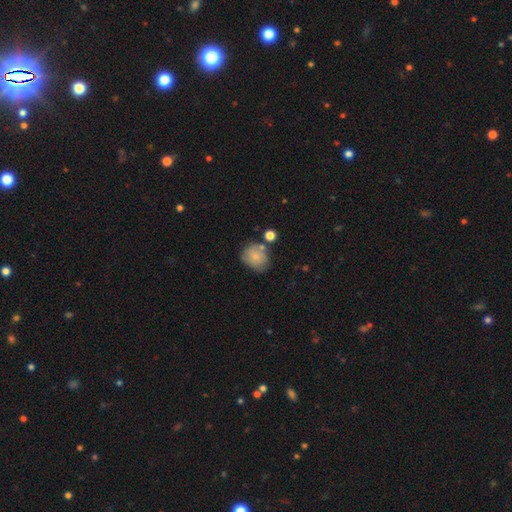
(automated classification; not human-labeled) Overall: smooth (78%). How rounded: round (72%). Merging: none (59%; minor disturbance 21%).